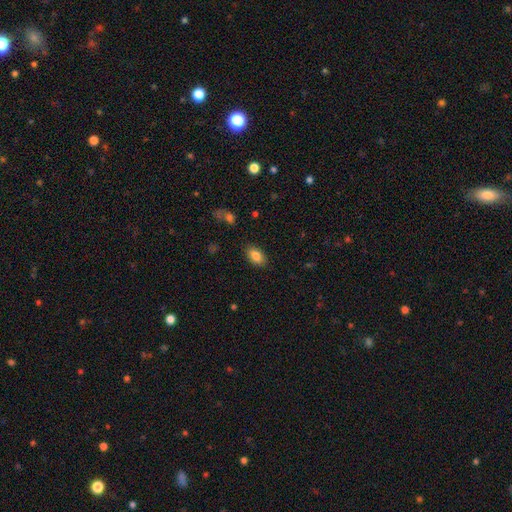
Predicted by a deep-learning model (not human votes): This appears to be a smooth galaxy with no disk features (84%) that is in between round and cigar-shaped (91%). Merging: none (87%).